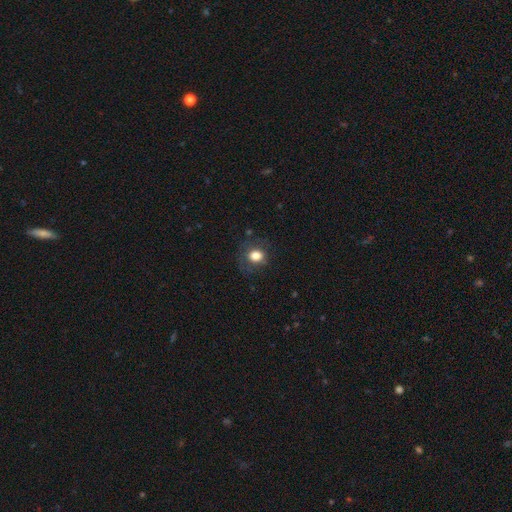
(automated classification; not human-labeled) Overall: smooth (78%). How rounded: round (61%; in between 38%). Merging: none (69%).